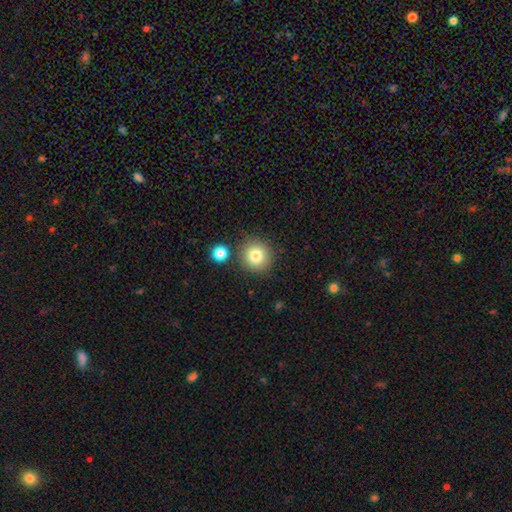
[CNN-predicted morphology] Smooth or featured? Predicted: smooth (p=0.82). How rounded? Predicted: round (p=0.92). Merging? Predicted: none (p=0.83).